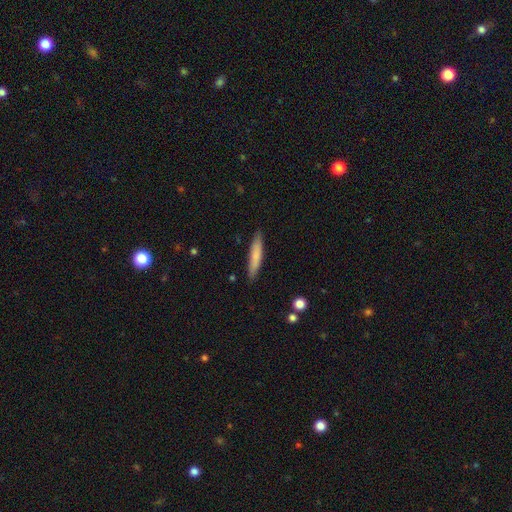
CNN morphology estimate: Smooth or featured?
  - smooth: 75% *
  - featured or disk: 20%
  - star or artifact: 5%
How rounded?
  - cigar-shaped: 91% *
  - in between: 8%
  - round: 1%
Merging?
  - none: 88% *
  - minor disturbance: 9%
  - major disturbance: 2%
  - merger: 1%